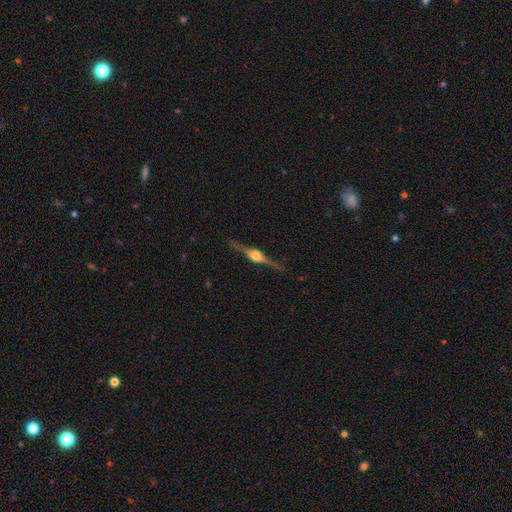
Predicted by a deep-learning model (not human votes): Overall: featured or disk (87%). Edge-on disk: yes (98%). Edge-on bulge: rounded (94%). Merging: none (89%).